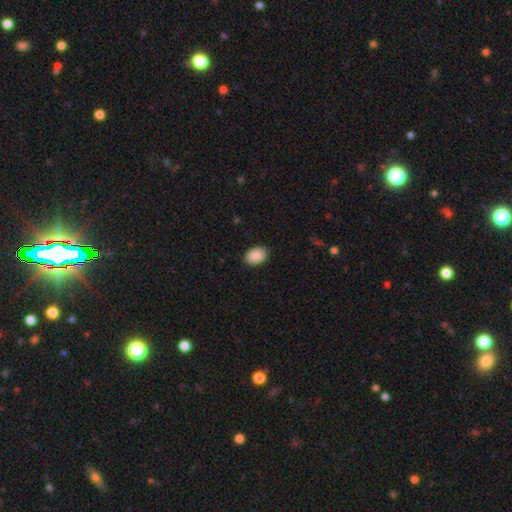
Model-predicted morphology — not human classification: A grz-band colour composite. It shows a smooth galaxy with no disk features (90%) that is in between round and cigar-shaped (83%). Merging: none (86%).